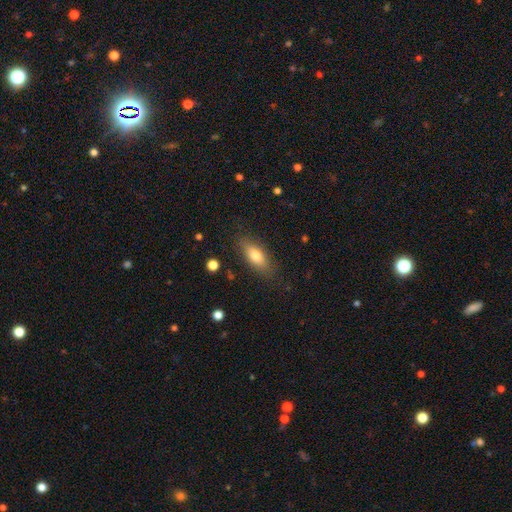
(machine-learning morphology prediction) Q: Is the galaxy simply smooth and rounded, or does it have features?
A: smooth — 74%.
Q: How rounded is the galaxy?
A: in between — 77%.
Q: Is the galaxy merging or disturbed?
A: none — 82%.